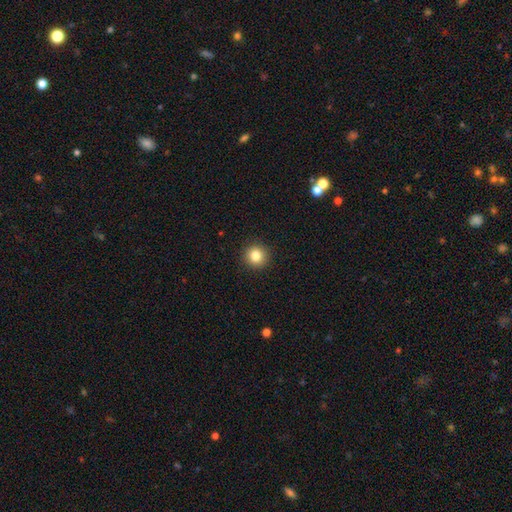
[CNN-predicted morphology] Smooth or featured: smooth — 83% (star or artifact — 11%)
How rounded: round — 93% (in between — 6%)
Merging: none — 93% (minor disturbance — 5%)